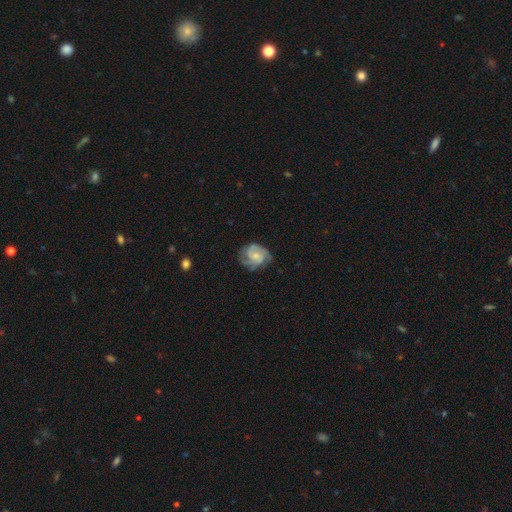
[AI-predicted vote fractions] Morphology: type=featured or disk (74%); edge-on=no (98%); bar=no (61%); spiral arms=yes (93%); winding=tight (45%); arm count=2 (42%); bulge=small (53%); merging=none (67%).